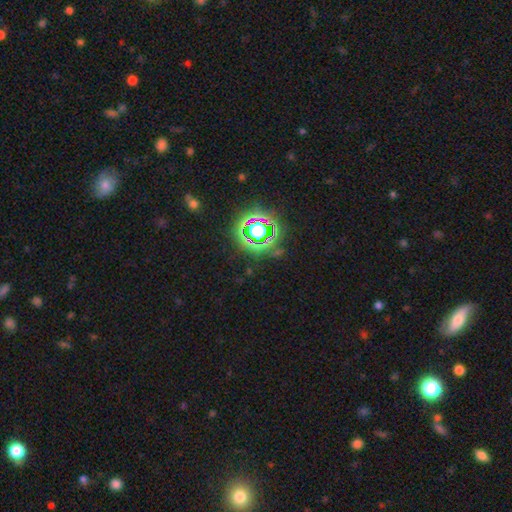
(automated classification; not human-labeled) A star or artifact, not a galaxy (81%).